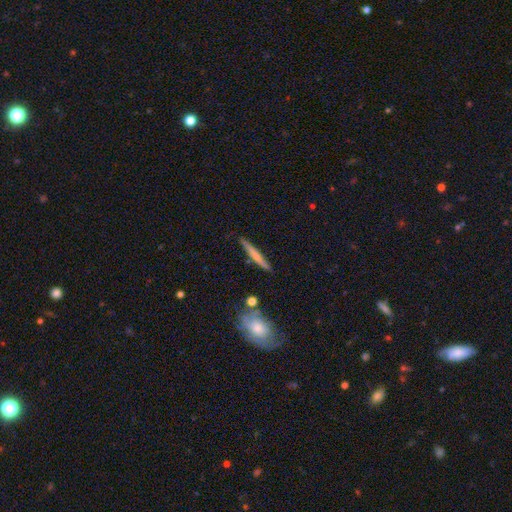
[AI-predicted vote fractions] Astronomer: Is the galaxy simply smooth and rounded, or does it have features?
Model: smooth — 55% (runner-up: featured or disk, 39%).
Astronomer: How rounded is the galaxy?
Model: cigar-shaped — 94%.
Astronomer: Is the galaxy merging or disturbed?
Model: none — 83%.